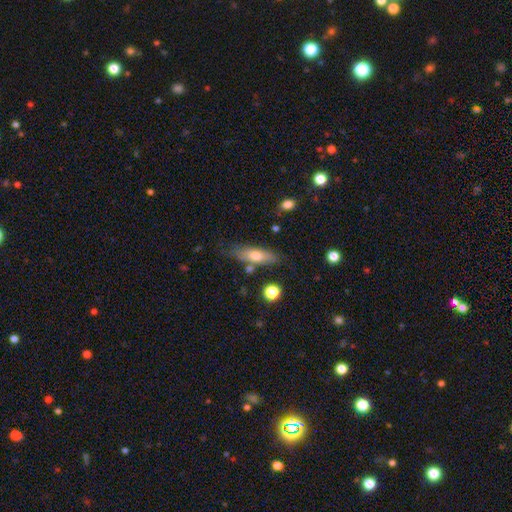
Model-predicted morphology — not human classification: Smooth or featured?
  - smooth: 67% *
  - featured or disk: 27%
  - star or artifact: 7%
How rounded?
  - in between: 54% *
  - cigar-shaped: 43%
  - round: 3%
Merging?
  - none: 70% *
  - minor disturbance: 18%
  - merger: 7%
  - major disturbance: 5%